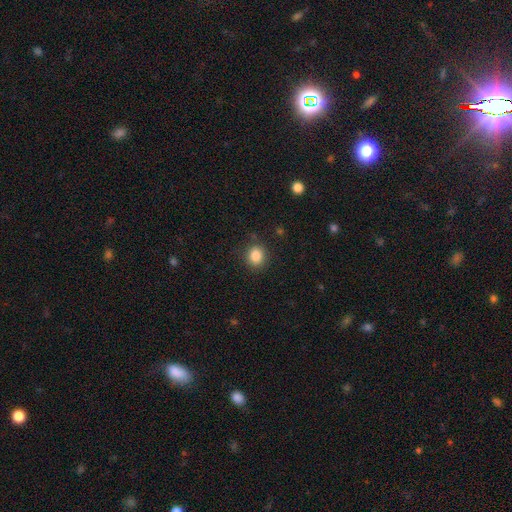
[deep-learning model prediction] A smooth galaxy with no disk features (85%) that is round (78%).

Vote fractions:
- Smooth or featured? smooth: 85% / star or artifact: 11% / featured or disk: 4%
- How rounded? round: 78% / in between: 21% / cigar-shaped: 1%
- Merging? none: 85% / minor disturbance: 10% / major disturbance: 3% / merger: 2%